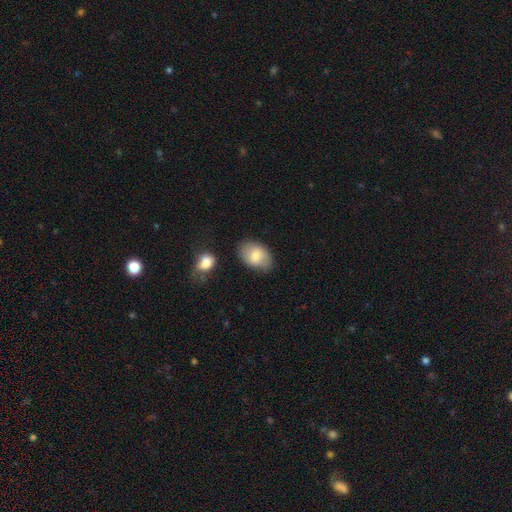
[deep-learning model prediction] This is likely a smooth galaxy (76%). How rounded: clearly in between (86%). Merging: likely none (76%).